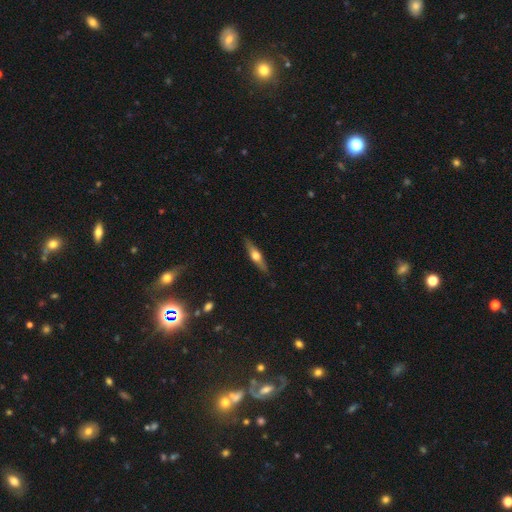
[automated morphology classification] Q: Smooth or featured?
A: featured or disk (56%); runner-up: smooth (38%)
Q: Edge-on disk?
A: yes (92%); runner-up: no (8%)
Q: Edge-on bulge?
A: rounded (94%); runner-up: none (3%)
Q: Merging?
A: none (89%); runner-up: minor disturbance (8%)